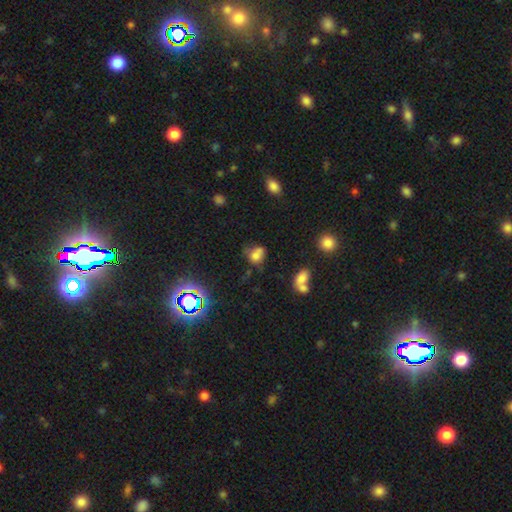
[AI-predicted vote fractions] smooth-or-featured: smooth: 66% | star or artifact: 20% | featured or disk: 14%
  how-rounded: round: 55% | in between: 43% | cigar-shaped: 1%
  merging: none: 40% | minor disturbance: 28% | merger: 17% | major disturbance: 15%